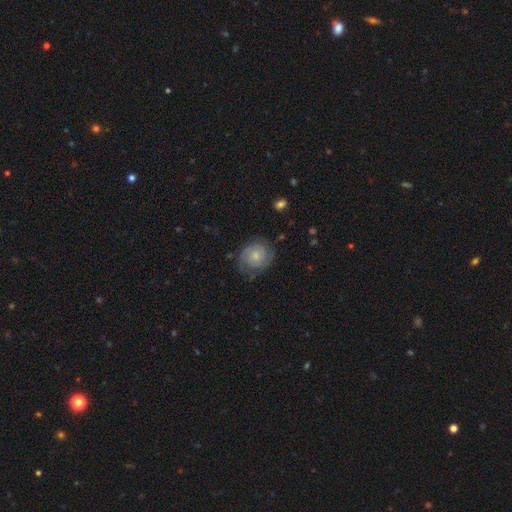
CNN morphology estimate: type=featured or disk (52%); edge-on=no (98%); bar=no (79%); spiral arms=yes (85%); bulge=small (55%); merging=none (66%).